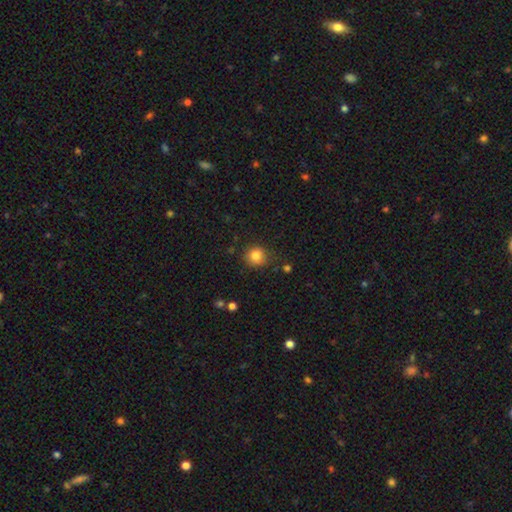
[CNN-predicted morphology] Overall: smooth (82%). How rounded: round (88%). Merging: none (81%).